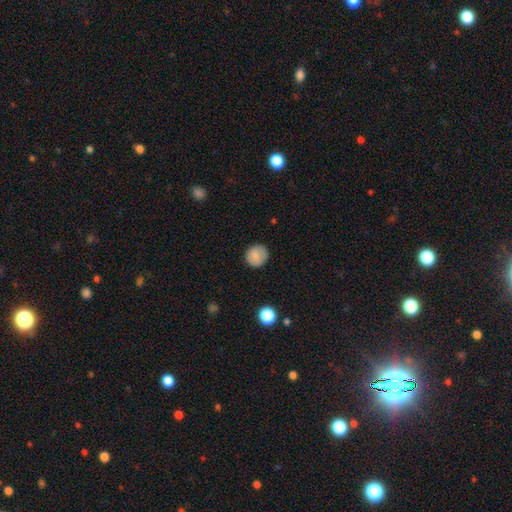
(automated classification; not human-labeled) The model was most divided on "smooth or featured": smooth: 81%, featured or disk: 11%, star or artifact: 8%. More confident: how rounded — round (88%); merging — none (85%).